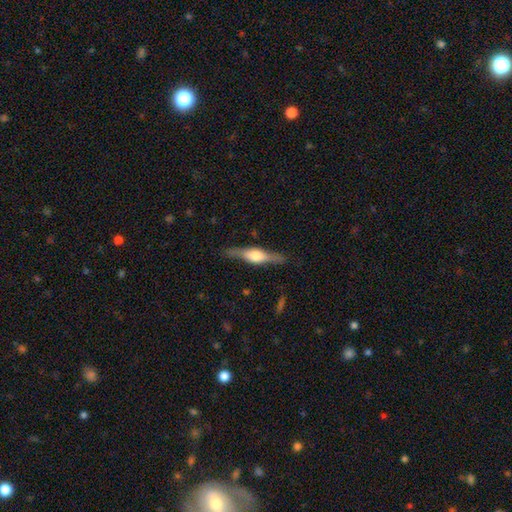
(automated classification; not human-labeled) Smooth or featured?
  - featured or disk: 69% *
  - smooth: 26%
  - star or artifact: 5%
Edge-on disk?
  - yes: 96% *
  - no: 4%
Edge-on bulge?
  - rounded: 86% *
  - boxy: 12%
  - none: 2%
Merging?
  - none: 84% *
  - minor disturbance: 12%
  - major disturbance: 3%
  - merger: 1%